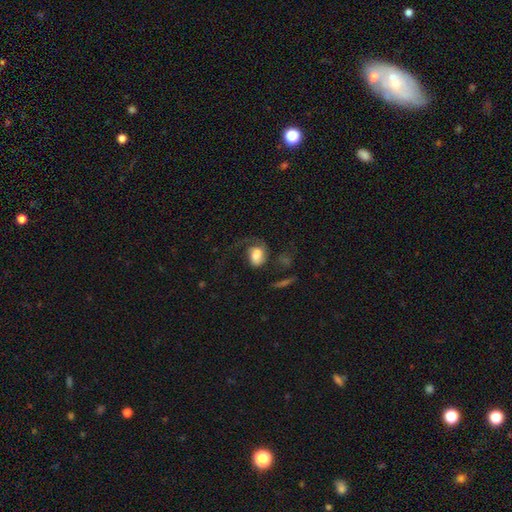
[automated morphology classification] The model was most divided on "smooth or featured": smooth: 49%, featured or disk: 42%, star or artifact: 9%. Remaining: merging — major disturbance (45%).